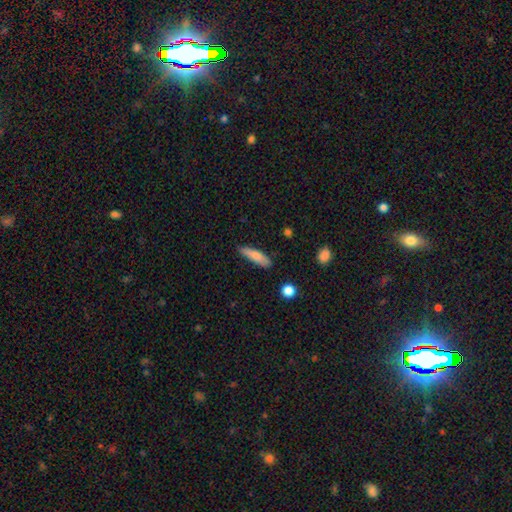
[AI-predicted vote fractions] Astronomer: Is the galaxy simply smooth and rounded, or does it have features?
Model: smooth — 78%.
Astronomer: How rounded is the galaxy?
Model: cigar-shaped — 71%.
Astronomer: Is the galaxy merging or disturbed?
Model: none — 78%.